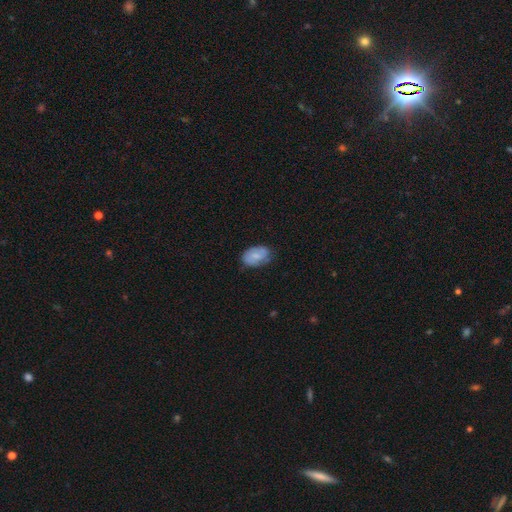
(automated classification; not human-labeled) Smooth or featured? Predicted: smooth (p=0.64). How rounded? Predicted: in between (p=0.89). Merging? Predicted: none (p=0.71).